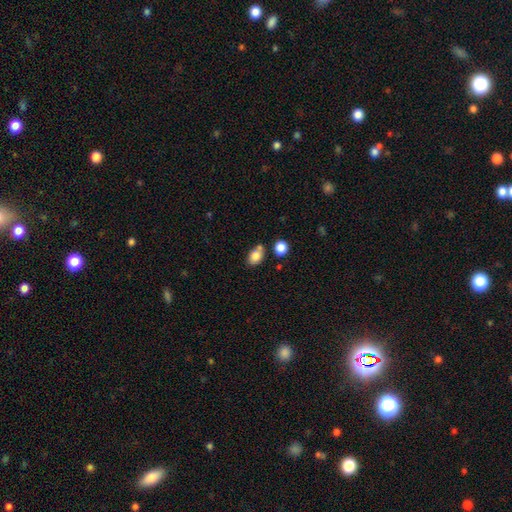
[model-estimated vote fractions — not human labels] This appears to be a smooth galaxy with no disk features (83%) that is in between round and cigar-shaped (76%). Merging: none (61%).